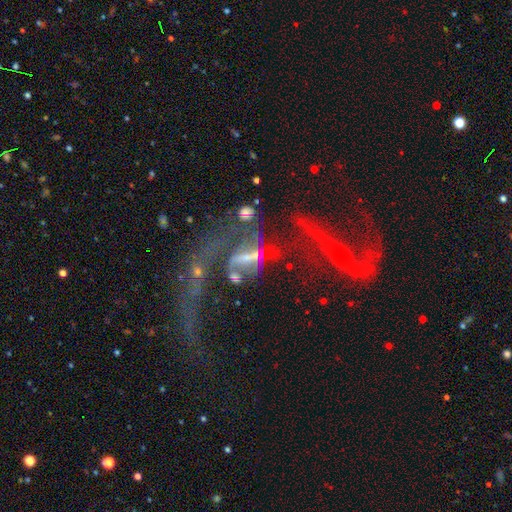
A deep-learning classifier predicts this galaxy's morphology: smooth-or-featured: featured or disk: 70% | star or artifact: 17% | smooth: 12%
  disk-edge-on: no: 90% | yes: 10%
    bar: no: 46% | weak: 32% | strong: 22%
    has-spiral-arms: yes: 63% | no: 37%
    bulge-size: small: 39% | none: 30% | moderate: 25% | large: 4% | dominant: 2%
  merging: merger: 43% | major disturbance: 32% | none: 17% | minor disturbance: 9%